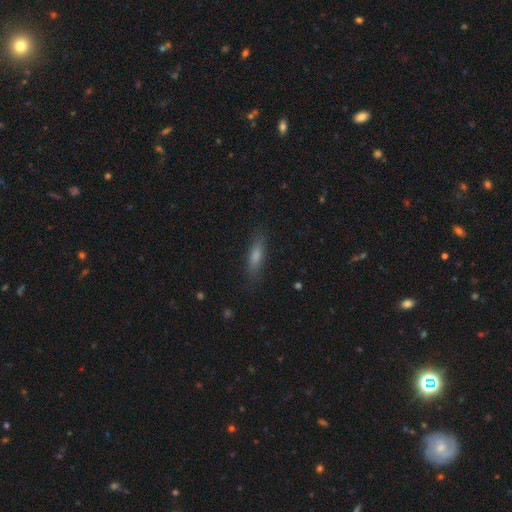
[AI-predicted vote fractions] Smooth or featured? smooth (62%)
How rounded? cigar-shaped (71%)
Merging? none (84%)